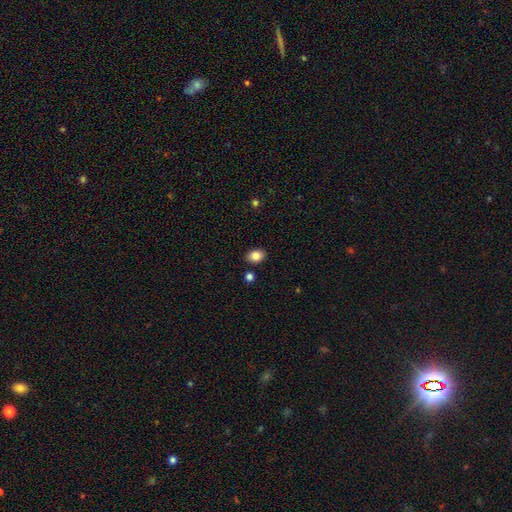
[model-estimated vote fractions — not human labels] smooth-or-featured: smooth: 85% | star or artifact: 9% | featured or disk: 6%
  how-rounded: in between: 73% | round: 26% | cigar-shaped: 1%
  merging: none: 86% | minor disturbance: 9% | merger: 3% | major disturbance: 2%